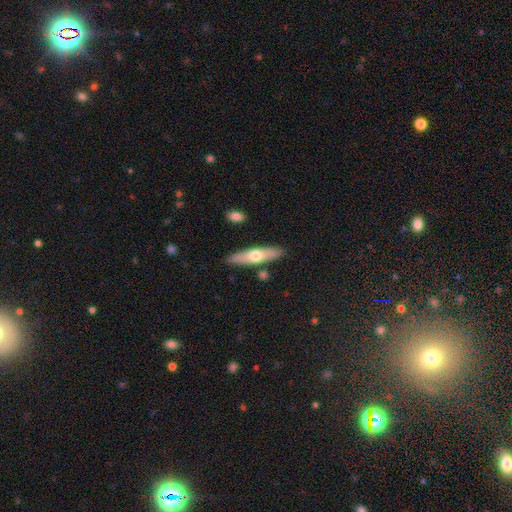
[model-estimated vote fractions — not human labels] smooth 52%, featured or disk 43%, star or artifact 6%. Down the decision tree: how rounded — cigar-shaped (70%); merging — none (86%).